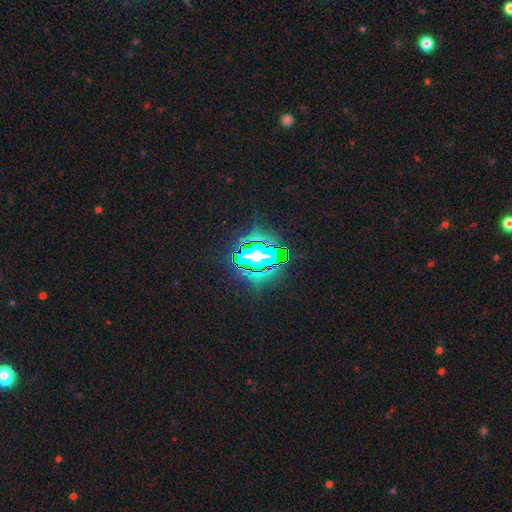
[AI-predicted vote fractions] The model was most divided on "smooth or featured": star or artifact: 68%, smooth: 19%, featured or disk: 13%.